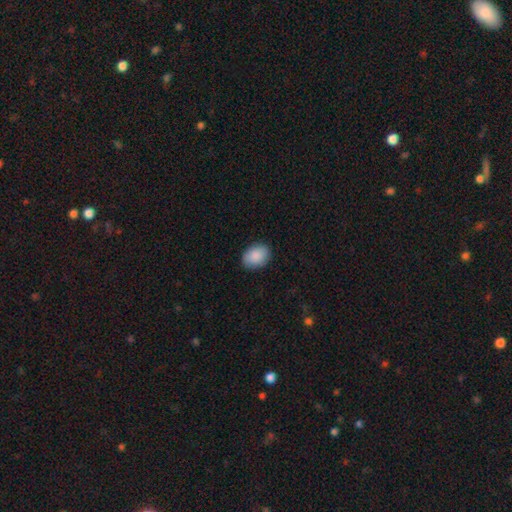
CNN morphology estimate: Smooth or featured? smooth (89%)
How rounded? in between (72%)
Merging? none (87%)